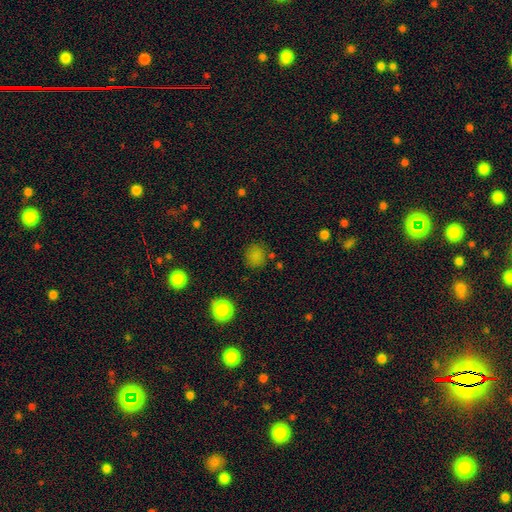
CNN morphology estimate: Q: Smooth or featured?
A: smooth (78%); runner-up: star or artifact (17%)
Q: How rounded?
A: round (83%); runner-up: in between (16%)
Q: Merging?
A: none (80%); runner-up: minor disturbance (12%)